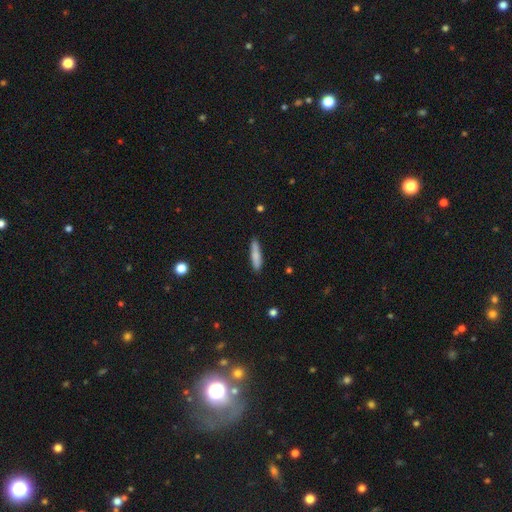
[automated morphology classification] Smooth or featured? Predicted: smooth (p=0.81). How rounded? Predicted: cigar-shaped (p=0.83). Merging? Predicted: none (p=0.86).